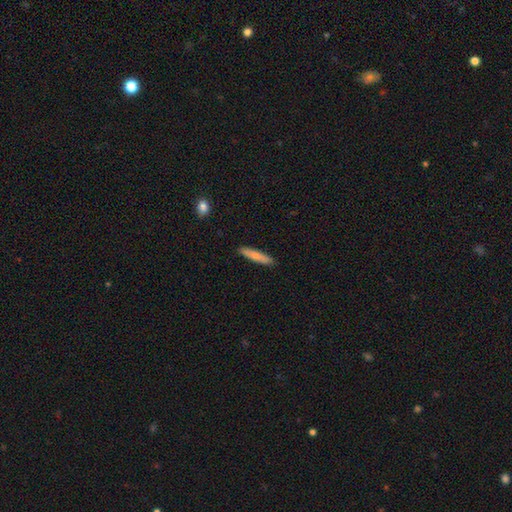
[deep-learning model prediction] This is likely a smooth galaxy (77%). How rounded: clearly cigar-shaped (90%). Merging: clearly none (91%).